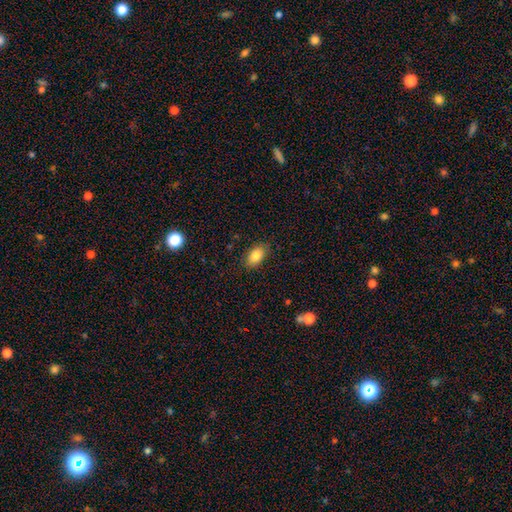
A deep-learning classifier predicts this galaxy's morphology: Q: Smooth or featured?
A: smooth (85%); runner-up: star or artifact (8%)
Q: How rounded?
A: in between (91%); runner-up: round (6%)
Q: Merging?
A: none (85%); runner-up: minor disturbance (11%)